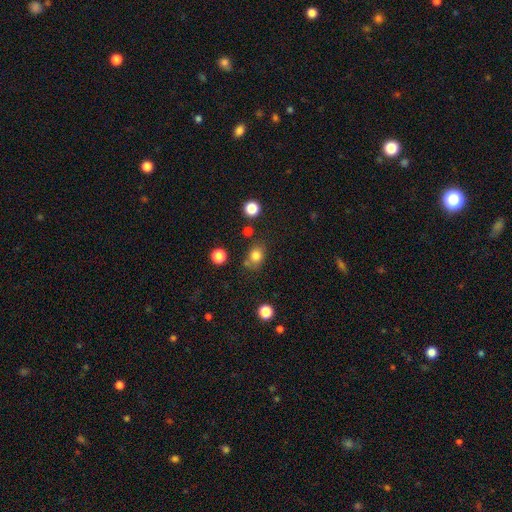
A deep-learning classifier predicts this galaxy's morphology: smooth 80%, star or artifact 13%, featured or disk 7%. Down the decision tree: how rounded — round (62%); merging — none (68%).